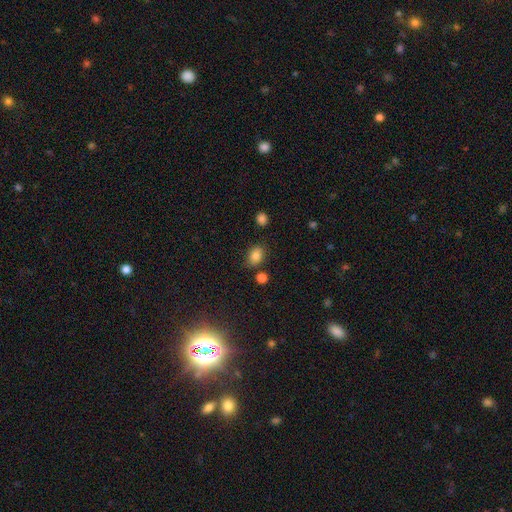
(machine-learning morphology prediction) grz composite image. It shows a smooth galaxy with no disk features (83%) that is in between round and cigar-shaped (70%). Merging: none (75%).